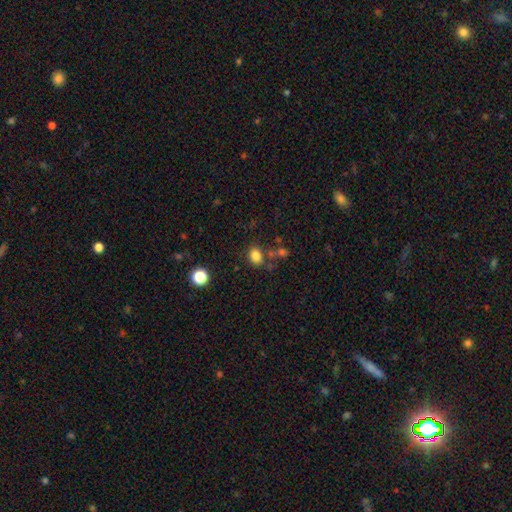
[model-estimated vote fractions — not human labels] Overall: smooth (82%). How rounded: in between (65%; round 34%). Merging: none (71%).